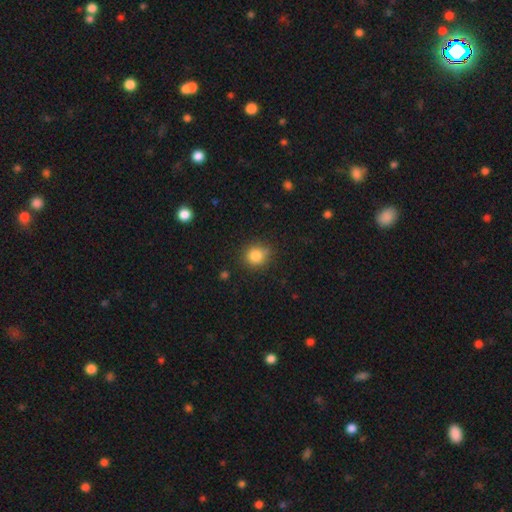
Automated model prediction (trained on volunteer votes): The model was most divided on "merging": none: 79%, minor disturbance: 14%, major disturbance: 3%, merger: 3%. More confident: how rounded — round (85%); smooth or featured — smooth (82%).